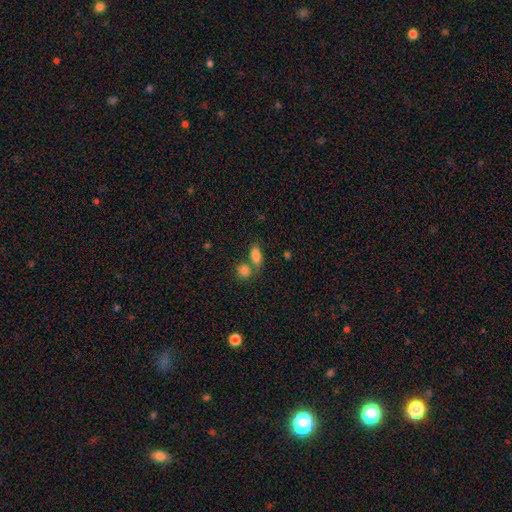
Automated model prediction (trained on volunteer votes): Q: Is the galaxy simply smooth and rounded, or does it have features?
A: smooth — 83%.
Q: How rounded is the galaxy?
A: in between — 82%.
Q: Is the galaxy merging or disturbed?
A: none — 52%.